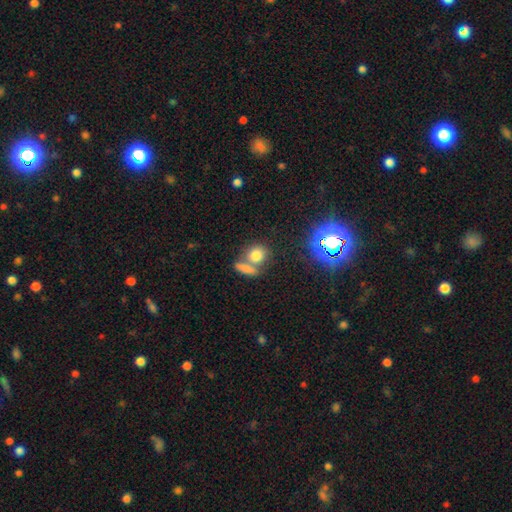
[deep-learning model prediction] The model was most divided on "merging": none: 49%, merger: 39%, minor disturbance: 8%, major disturbance: 4%. More confident: smooth or featured — smooth (75%); how rounded — round (66%).